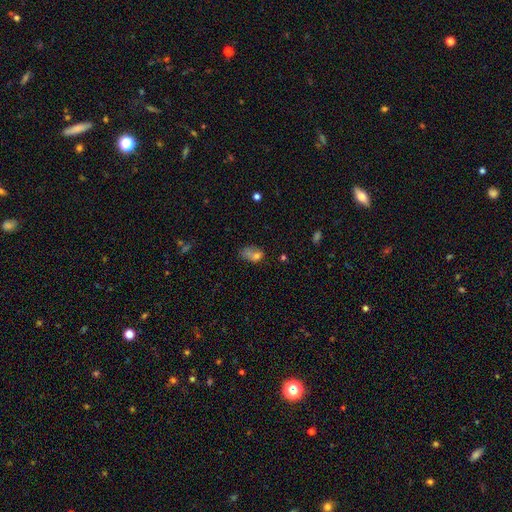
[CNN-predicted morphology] smooth_or_featured: smooth (p=0.66) [alt: featured or disk p=0.19]
how_rounded: in between (p=0.73) [alt: round p=0.25]
merging: merger (p=0.29) [alt: none p=0.28]